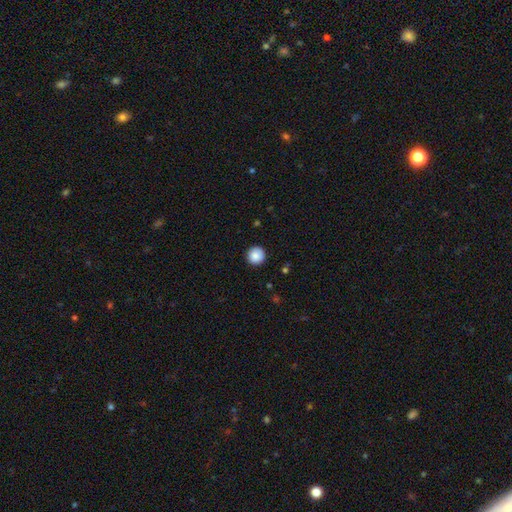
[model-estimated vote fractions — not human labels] This appears to be a smooth galaxy with no disk features (87%) that is round (96%). Merging: none (91%).